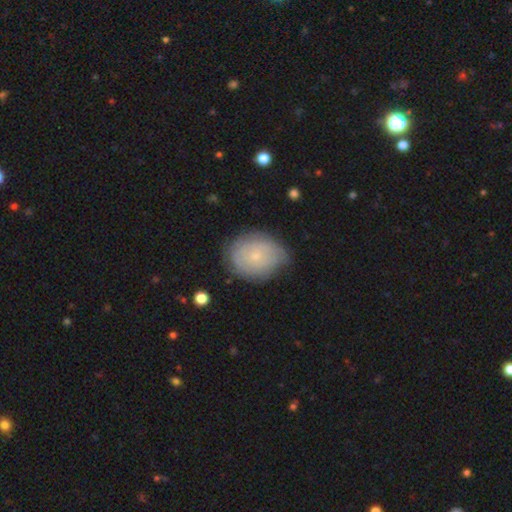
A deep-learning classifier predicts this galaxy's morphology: smooth 57%, featured or disk 35%, star or artifact 8%. Down the decision tree: how rounded — in between (51%); merging — none (67%).